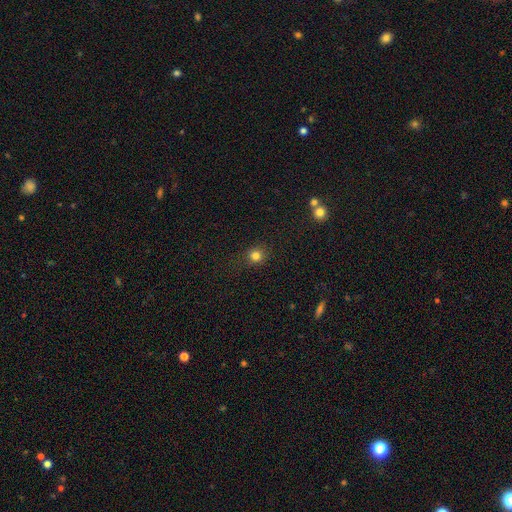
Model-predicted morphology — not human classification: Smooth or featured? smooth (80%)
How rounded? round (89%)
Merging? none (87%)